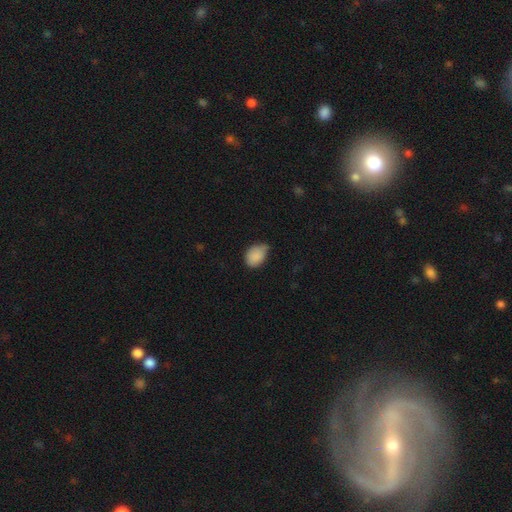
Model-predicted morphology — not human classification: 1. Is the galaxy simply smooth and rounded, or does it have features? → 86% smooth, 8% star or artifact, 6% featured or disk.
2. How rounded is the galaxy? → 73% in between, 26% round, 1% cigar-shaped.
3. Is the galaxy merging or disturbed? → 47% minor disturbance, 42% none, 8% major disturbance, 3% merger.